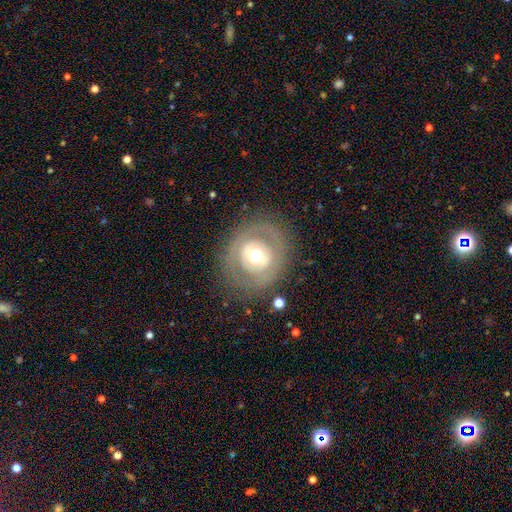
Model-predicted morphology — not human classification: Smooth or featured: featured or disk — 54% (smooth — 38%)
Edge-on disk: no — 95% (yes — 5%)
Bar: no — 71% (weak — 19%)
Spiral arms: no — 85% (yes — 15%)
Bulge size: moderate — 58% (large — 32%)
Merging: none — 79% (minor disturbance — 11%)